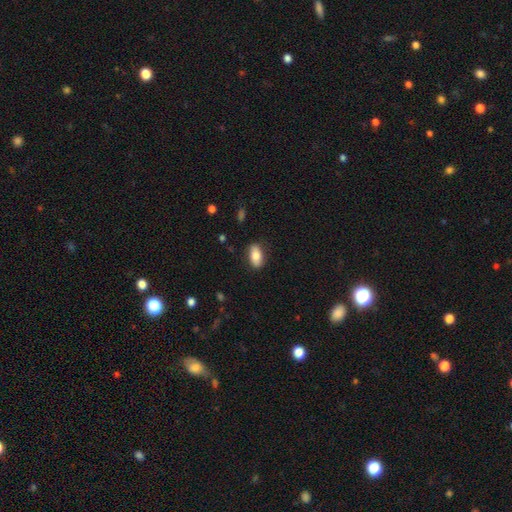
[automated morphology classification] A smooth galaxy with no disk features (79%) that is in between round and cigar-shaped (89%).

Vote fractions:
- Smooth or featured? smooth: 79% / featured or disk: 15% / star or artifact: 7%
- How rounded? in between: 89% / cigar-shaped: 6% / round: 5%
- Merging? none: 84% / minor disturbance: 13% / major disturbance: 3% / merger: 1%